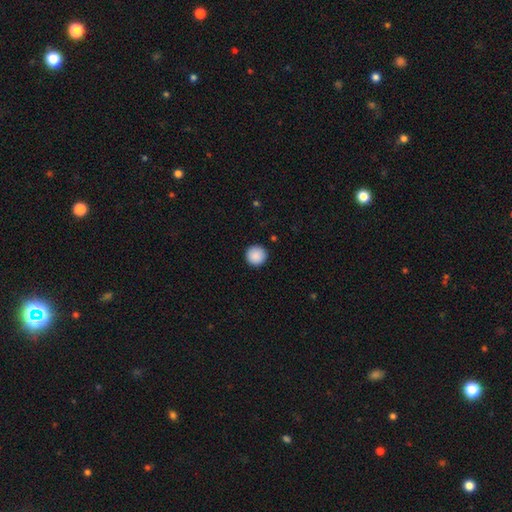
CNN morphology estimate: Overall: smooth (89%). How rounded: round (96%). Merging: none (93%).